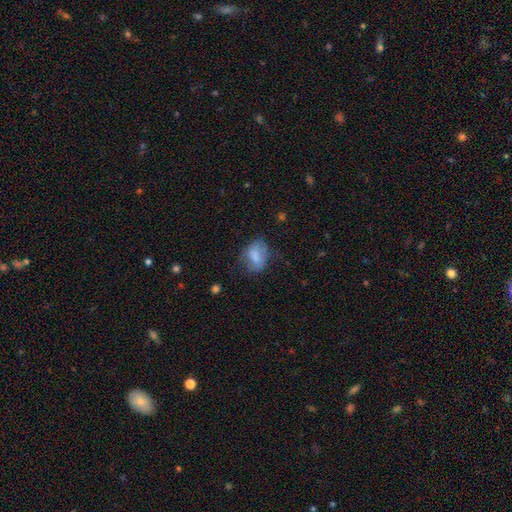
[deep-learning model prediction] A smooth galaxy with no disk features (71%) that is in between round and cigar-shaped (76%). Merging: none (52%).